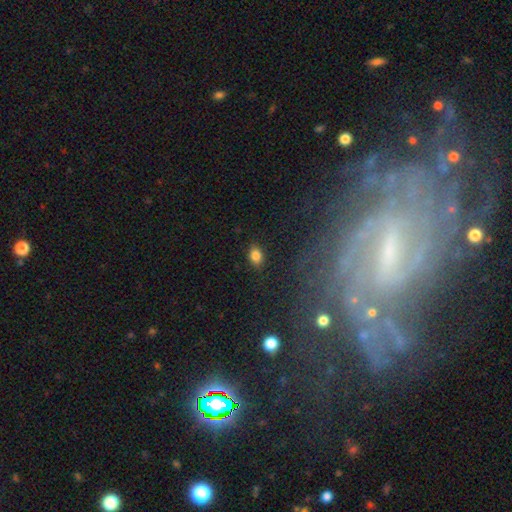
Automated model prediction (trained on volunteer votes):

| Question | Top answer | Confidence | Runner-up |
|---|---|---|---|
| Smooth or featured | smooth | 83% | star or artifact (11%) |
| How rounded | in between | 76% | round (23%) |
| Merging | none | 85% | minor disturbance (11%) |